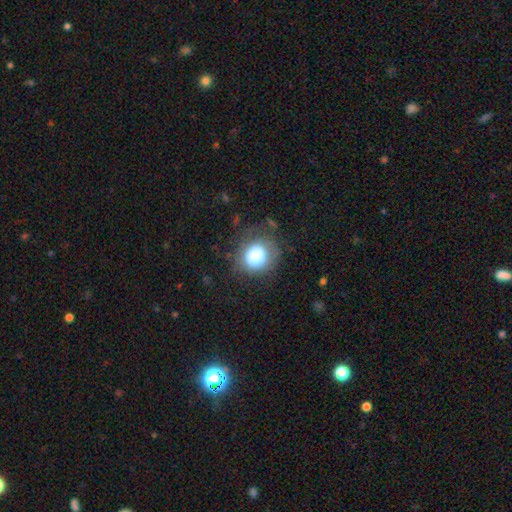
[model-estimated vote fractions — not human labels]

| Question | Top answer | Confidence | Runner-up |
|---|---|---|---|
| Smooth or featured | smooth | 80% | featured or disk (10%) |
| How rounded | round | 83% | in between (16%) |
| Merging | none | 66% | minor disturbance (20%) |